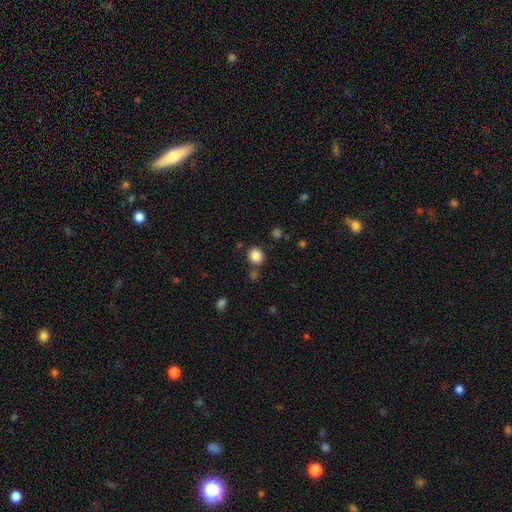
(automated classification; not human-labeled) Smooth or featured? Predicted: smooth (p=0.86). How rounded? Predicted: round (p=0.80). Merging? Predicted: none (p=0.78).